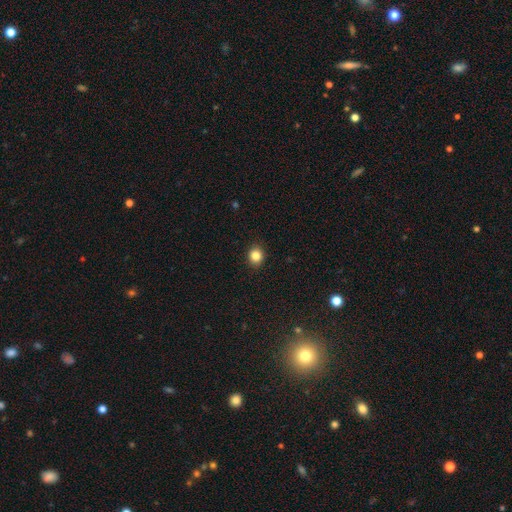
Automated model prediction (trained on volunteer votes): This is clearly a smooth galaxy (84%). How rounded: likely round (77%). Merging: clearly none (91%).